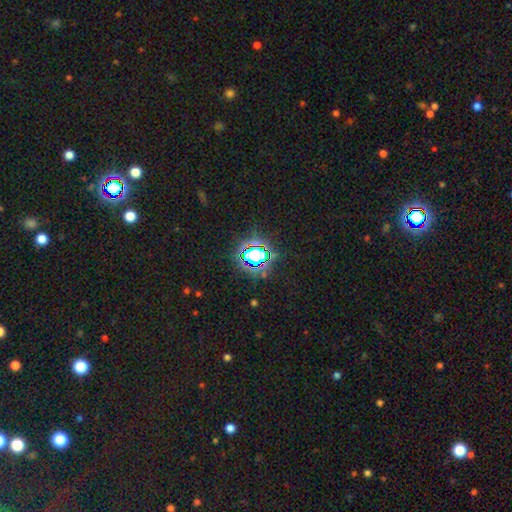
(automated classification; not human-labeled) star or artifact 72%, smooth 18%, featured or disk 10%.